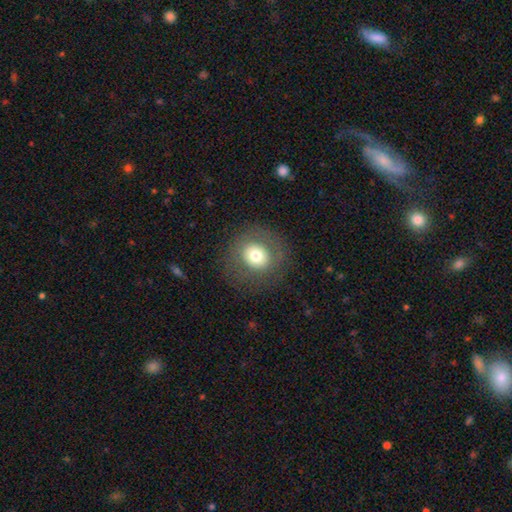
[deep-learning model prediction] This is likely a smooth galaxy (68%). How rounded: clearly round (87%). Merging: clearly none (82%).